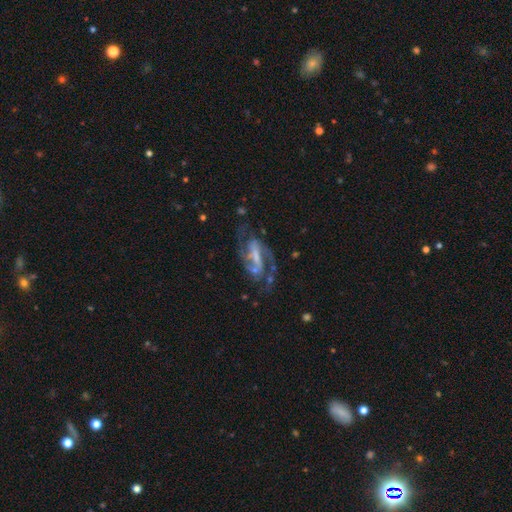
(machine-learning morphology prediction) Smooth or featured: featured or disk — 85% (smooth — 8%)
Edge-on disk: no — 96% (yes — 4%)
Bar: strong — 46% (weak — 37%)
Spiral arms: yes — 94% (no — 6%)
Spiral winding: medium — 55% (loose — 27%)
Spiral arm count: 2 — 77% (can't tell — 8%)
Bulge size: none — 34% (small — 32%)
Merging: none — 58% (major disturbance — 20%)